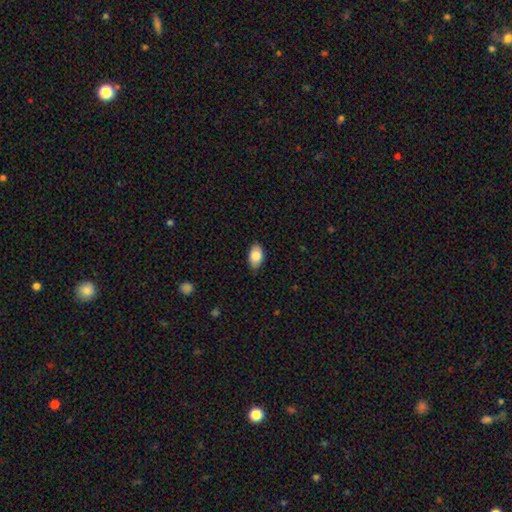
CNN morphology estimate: A smooth galaxy with no disk features (82%) that is in between round and cigar-shaped (92%). Merging: none (84%).